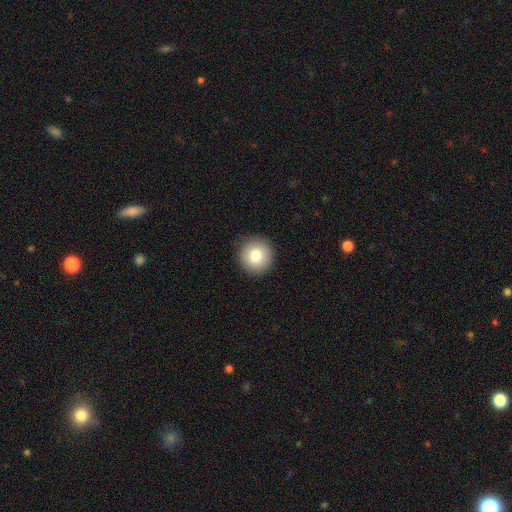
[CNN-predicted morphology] The model was most divided on "smooth or featured": smooth: 81%, featured or disk: 10%, star or artifact: 9%. More confident: how rounded — round (94%); merging — none (92%).